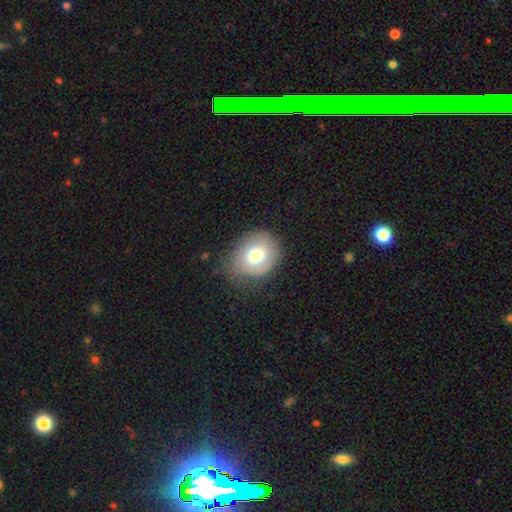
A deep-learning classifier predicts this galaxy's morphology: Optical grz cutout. It shows a smooth galaxy with no disk features (73%) that is round (64%). Merging: none (70%).